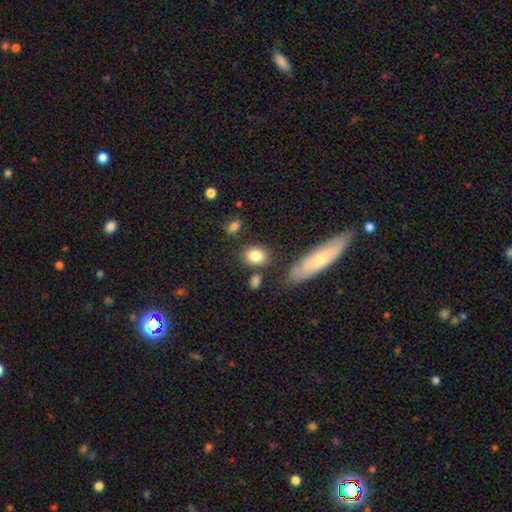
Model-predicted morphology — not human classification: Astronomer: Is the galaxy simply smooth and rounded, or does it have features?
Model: smooth — 83%.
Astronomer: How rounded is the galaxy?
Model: in between — 68%.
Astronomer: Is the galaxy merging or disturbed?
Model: none — 71%.